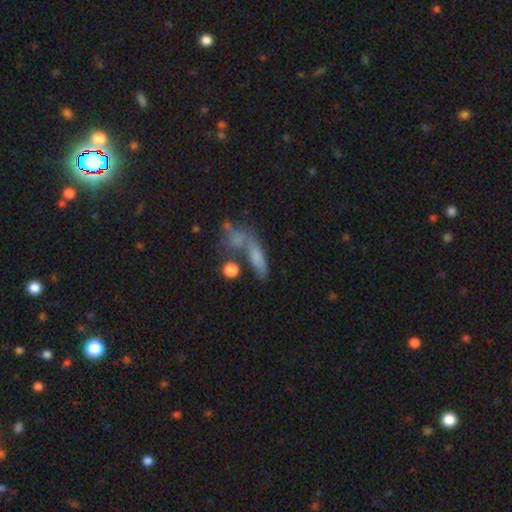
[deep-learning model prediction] Smooth or featured: smooth — 61% (featured or disk — 24%)
How rounded: cigar-shaped — 51% (in between — 39%)
Merging: none — 40% (merger — 30%)